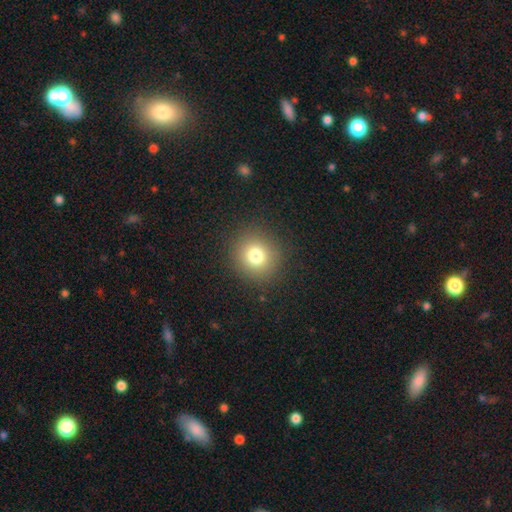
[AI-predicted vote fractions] Smooth or featured: smooth — 77% (star or artifact — 14%)
How rounded: round — 90% (in between — 9%)
Merging: none — 90% (minor disturbance — 6%)